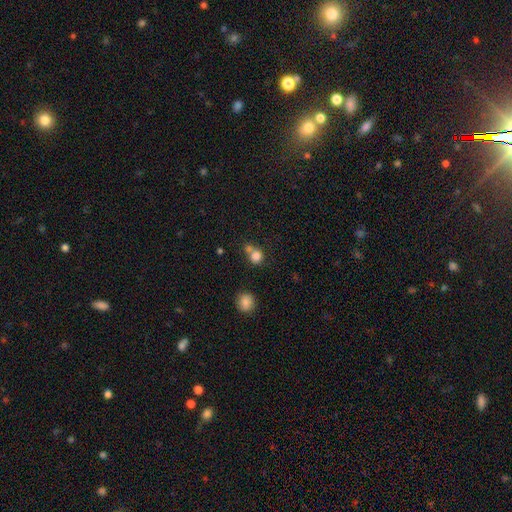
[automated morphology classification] Overall: smooth (80%). How rounded: round (81%). Merging: none (47%; merger 40%).